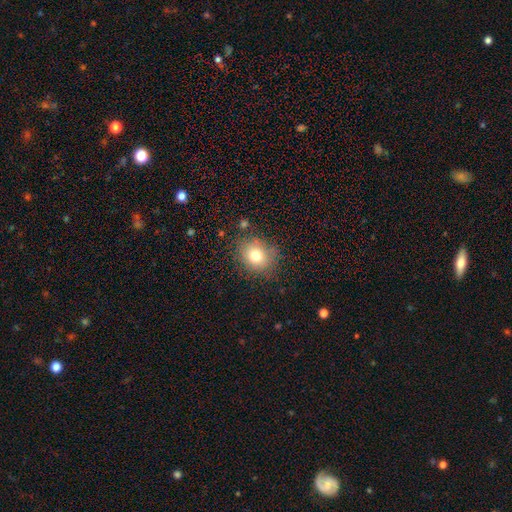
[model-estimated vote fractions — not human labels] This appears to be a smooth galaxy with no disk features (76%) that is round (70%). Merging: none (81%).